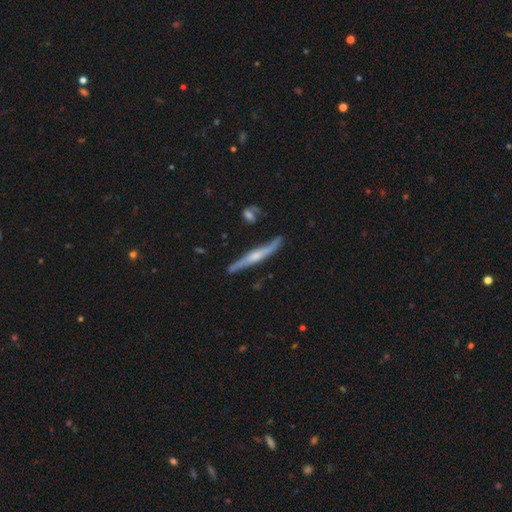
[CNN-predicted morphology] featured or disk 74%, smooth 21%, star or artifact 5%. Down the decision tree: edge-on disk — yes (90%); edge-on bulge — rounded (68%); merging — none (76%).